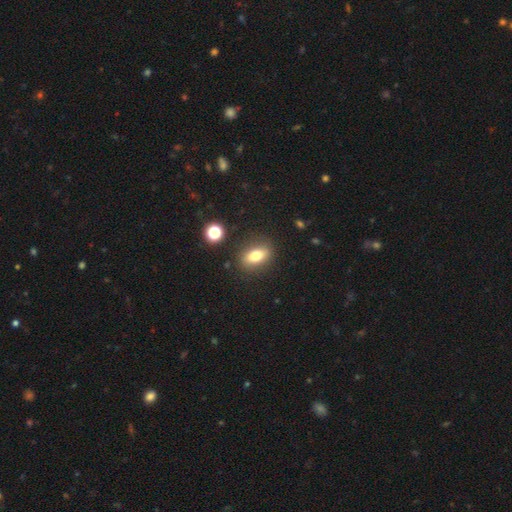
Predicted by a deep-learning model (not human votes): Morphology: type=smooth (76%); roundness=in between (78%); merging=none (84%).